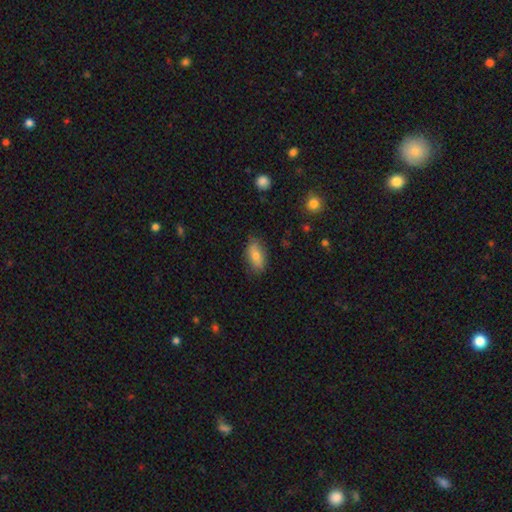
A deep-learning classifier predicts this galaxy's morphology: type=smooth (73%); roundness=in between (87%); merging=none (79%).